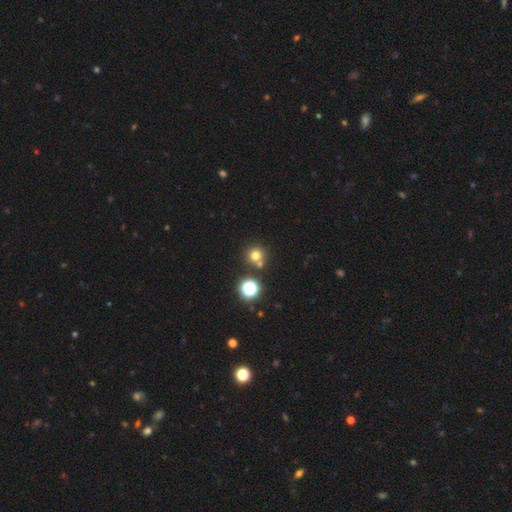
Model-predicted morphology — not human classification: This appears to be a smooth galaxy with no disk features (71%) that is round (93%). Merging: none (70%).